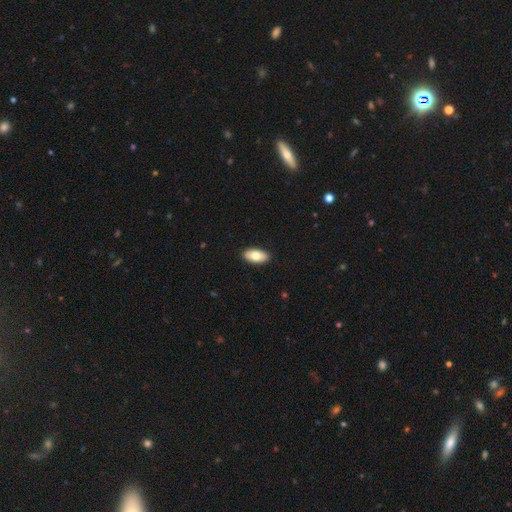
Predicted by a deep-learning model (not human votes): Smooth or featured? Predicted: smooth (p=0.77). How rounded? Predicted: in between (p=0.92). Merging? Predicted: none (p=0.90).